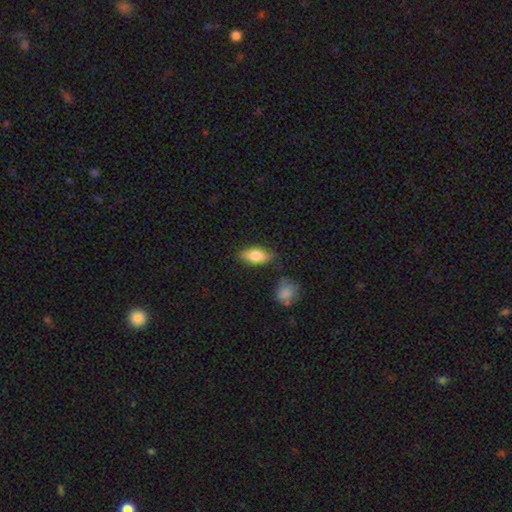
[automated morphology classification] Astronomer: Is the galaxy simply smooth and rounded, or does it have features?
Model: smooth — 70%.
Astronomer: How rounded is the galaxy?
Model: in between — 80%.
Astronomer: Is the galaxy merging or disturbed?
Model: none — 81%.